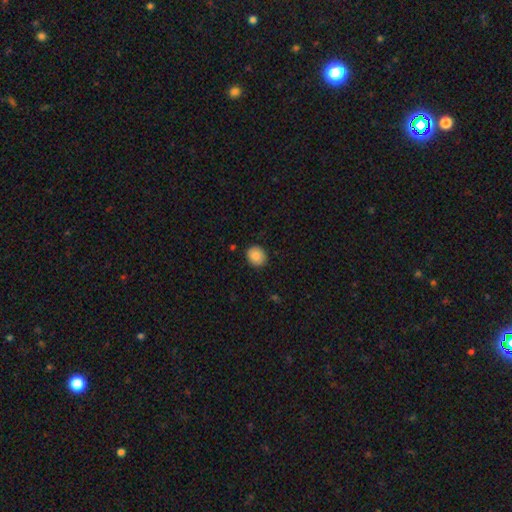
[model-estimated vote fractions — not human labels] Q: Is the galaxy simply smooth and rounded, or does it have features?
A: smooth — 88%.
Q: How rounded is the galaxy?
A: round — 74%.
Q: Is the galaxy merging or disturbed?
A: none — 89%.